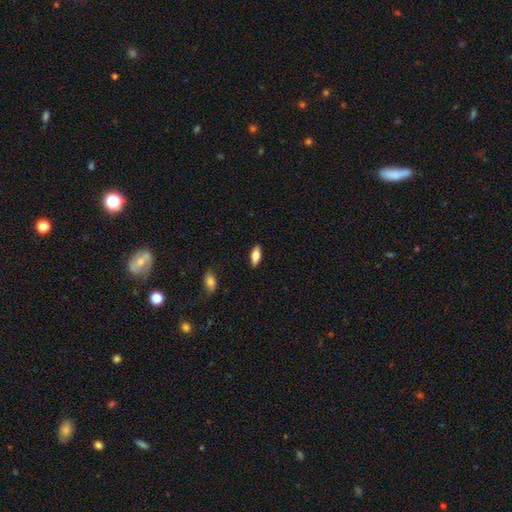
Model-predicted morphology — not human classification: smooth-or-featured: smooth: 77% | featured or disk: 17% | star or artifact: 6%
  how-rounded: in between: 78% | cigar-shaped: 19% | round: 2%
  merging: none: 87% | minor disturbance: 9% | major disturbance: 2% | merger: 1%